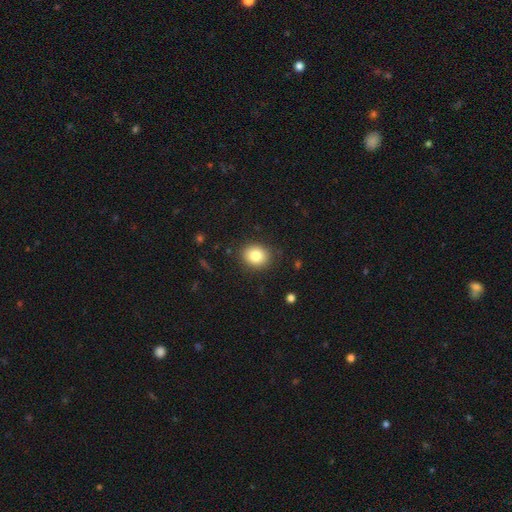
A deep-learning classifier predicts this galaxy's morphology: A smooth galaxy with no disk features (83%) that is round (63%).

Vote fractions:
- Smooth or featured? smooth: 83% / star or artifact: 10% / featured or disk: 8%
- How rounded? round: 63% / in between: 36% / cigar-shaped: 1%
- Merging? none: 87% / minor disturbance: 9% / major disturbance: 3% / merger: 1%